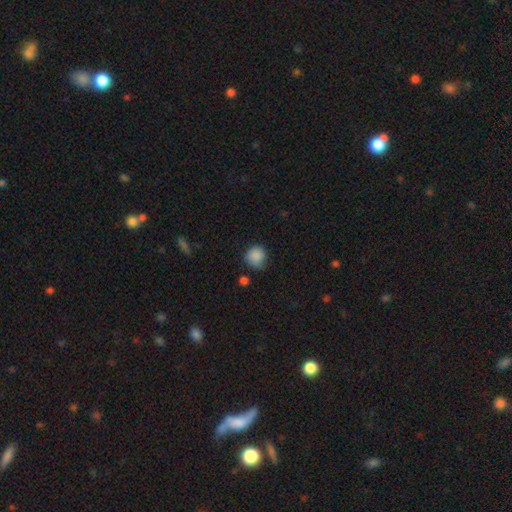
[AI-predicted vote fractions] smooth 87%, star or artifact 9%, featured or disk 5%. Down the decision tree: how rounded — round (88%); merging — none (65%).